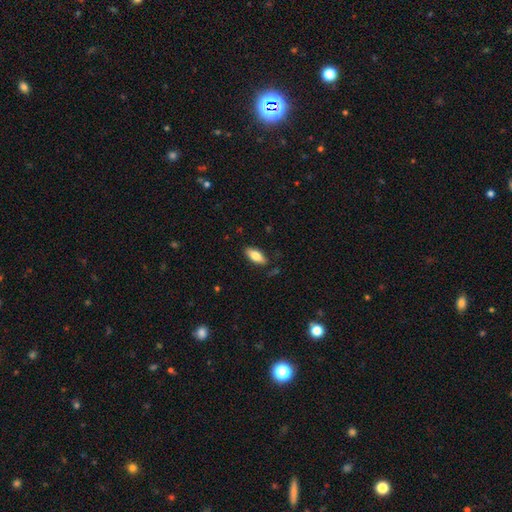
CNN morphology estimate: A smooth galaxy with no disk features (75%) that is in between round and cigar-shaped (82%).

Vote fractions:
- Smooth or featured? smooth: 75% / featured or disk: 18% / star or artifact: 6%
- How rounded? in between: 82% / cigar-shaped: 16% / round: 2%
- Merging? none: 84% / minor disturbance: 12% / major disturbance: 3% / merger: 2%